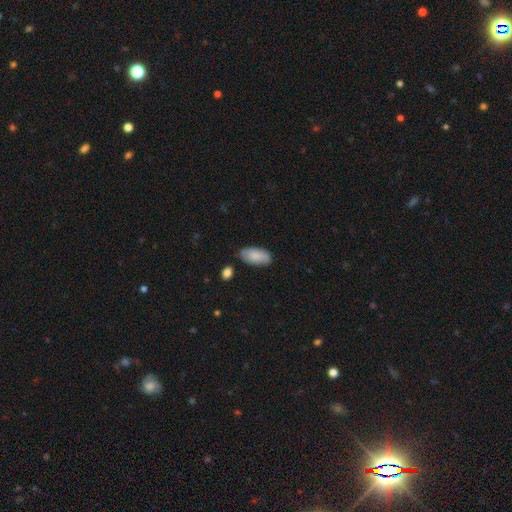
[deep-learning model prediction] Morphology: type=smooth (81%); roundness=in between (93%); merging=none (75%).